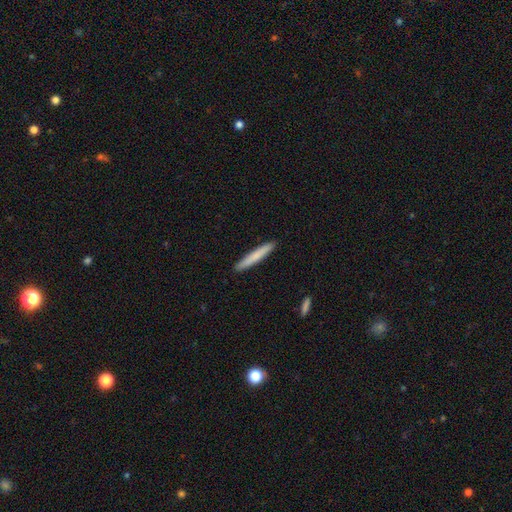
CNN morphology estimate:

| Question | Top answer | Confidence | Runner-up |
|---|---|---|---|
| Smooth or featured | smooth | 74% | featured or disk (20%) |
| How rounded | cigar-shaped | 96% | in between (3%) |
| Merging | none | 92% | minor disturbance (6%) |